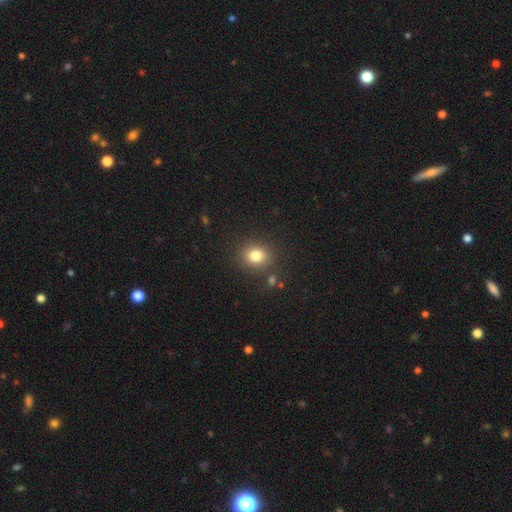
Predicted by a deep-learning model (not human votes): Smooth or featured? smooth (81%)
How rounded? round (72%)
Merging? none (84%)